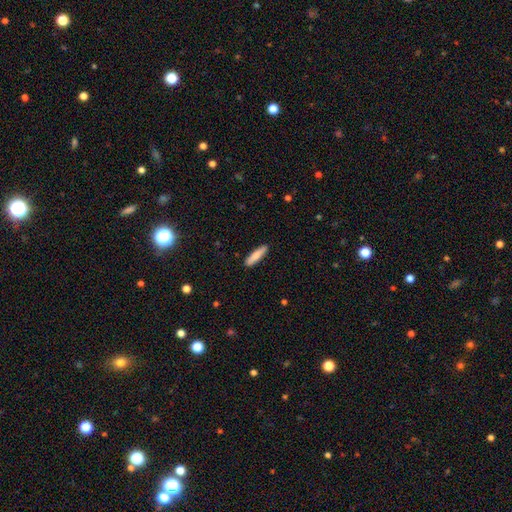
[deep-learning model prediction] A smooth galaxy with no disk features (81%) that is cigar-shaped (78%).

Vote fractions:
- Smooth or featured? smooth: 81% / featured or disk: 13% / star or artifact: 6%
- How rounded? cigar-shaped: 78% / in between: 20% / round: 1%
- Merging? none: 88% / minor disturbance: 9% / major disturbance: 2% / merger: 1%